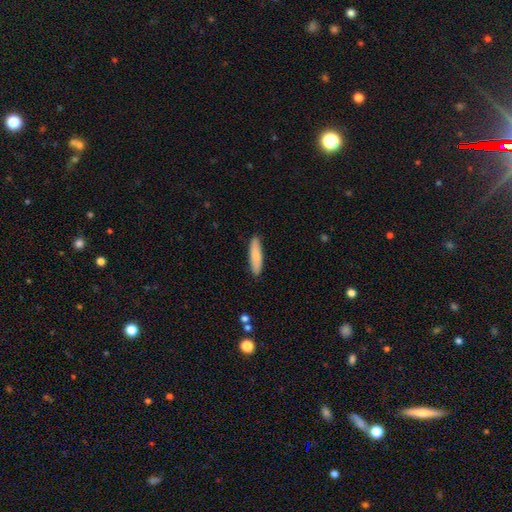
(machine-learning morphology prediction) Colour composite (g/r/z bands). It shows a smooth galaxy with no disk features (81%) that is cigar-shaped (74%). Merging: none (88%).